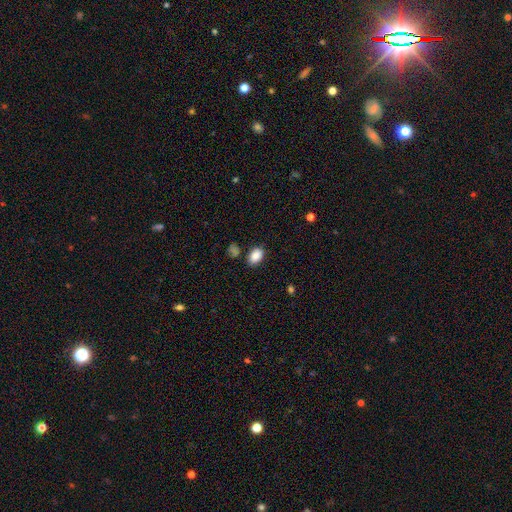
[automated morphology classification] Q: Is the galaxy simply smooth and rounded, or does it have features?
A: smooth — 88%.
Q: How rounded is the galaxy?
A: in between — 84%.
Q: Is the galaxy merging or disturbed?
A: none — 80%.